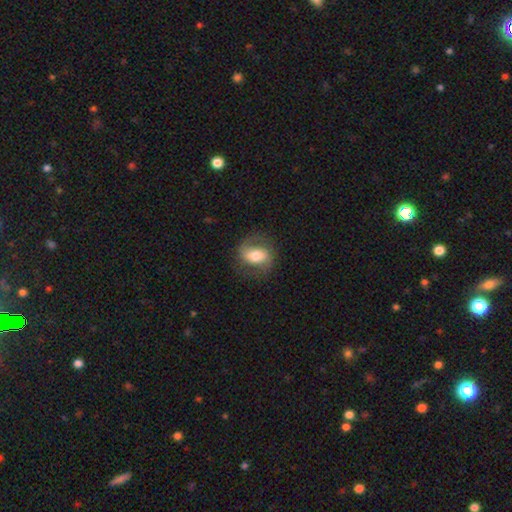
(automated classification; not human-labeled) Smooth or featured? Predicted: featured or disk (p=0.51). Edge-on disk? Predicted: no (p=0.94). Merging? Predicted: none (p=0.74).